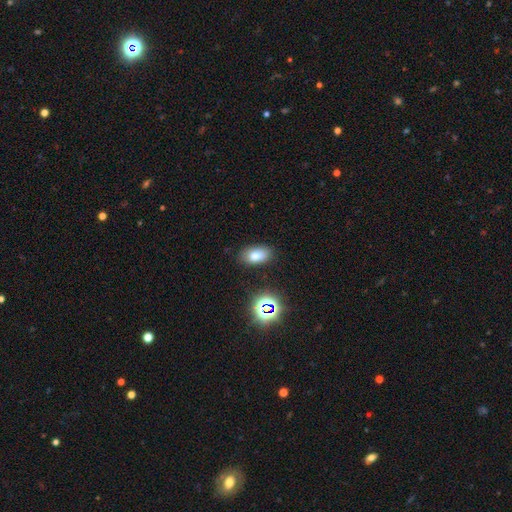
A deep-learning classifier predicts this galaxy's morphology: Overall: smooth (74%). How rounded: in between (89%). Merging: none (84%).